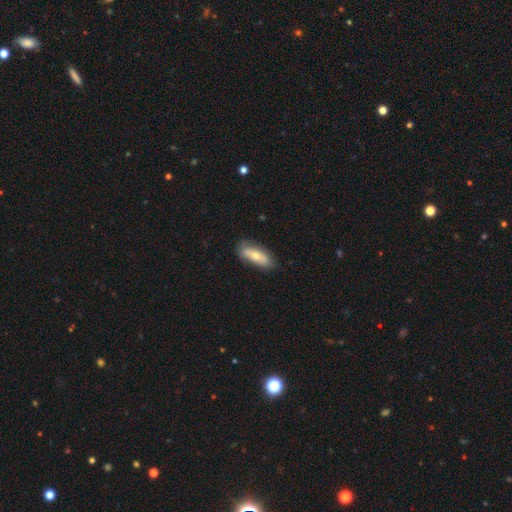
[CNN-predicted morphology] Smooth or featured: smooth — 63% (featured or disk — 31%)
How rounded: in between — 72% (cigar-shaped — 26%)
Merging: none — 73% (minor disturbance — 20%)